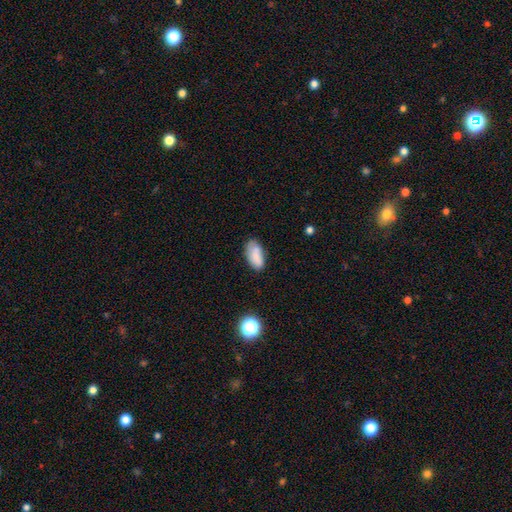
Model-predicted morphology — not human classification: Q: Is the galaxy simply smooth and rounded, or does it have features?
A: smooth — 81%.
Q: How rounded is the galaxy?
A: in between — 91%.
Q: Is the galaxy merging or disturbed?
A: none — 65%.